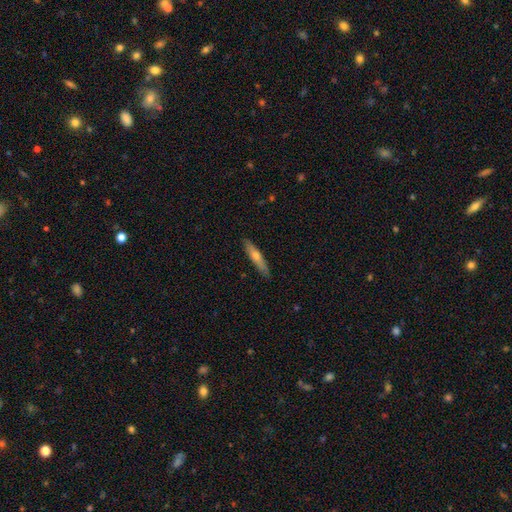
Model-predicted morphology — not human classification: smooth-or-featured: featured or disk: 49% | smooth: 45% | star or artifact: 6%
  merging: none: 89% | minor disturbance: 8% | major disturbance: 2% | merger: 1%